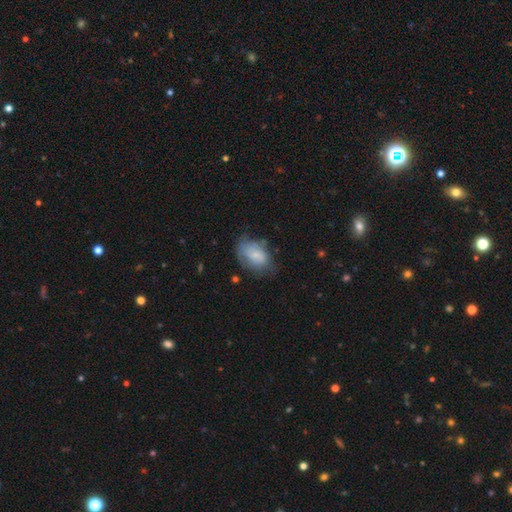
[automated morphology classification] A smooth galaxy with no disk features (72%) that is in between round and cigar-shaped (87%).

Vote fractions:
- Smooth or featured? smooth: 72% / featured or disk: 20% / star or artifact: 8%
- How rounded? in between: 87% / round: 12% / cigar-shaped: 1%
- Merging? none: 49% / minor disturbance: 33% / major disturbance: 15% / merger: 3%